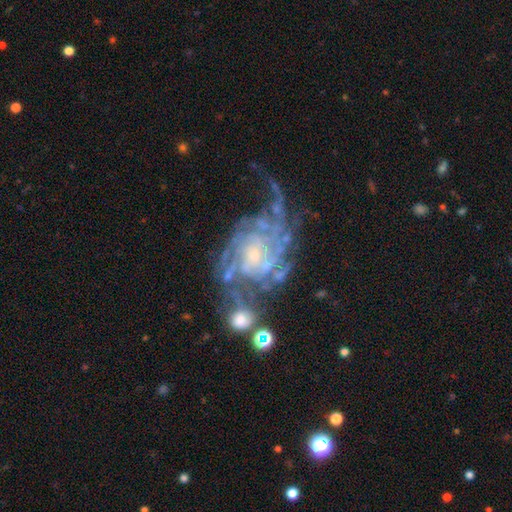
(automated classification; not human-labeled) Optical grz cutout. It shows a featured or disk galaxy (87%) with no bar (73%), tight (51%) spiral arms (95%) and a small central bulge (72%). Merging: none (40%).